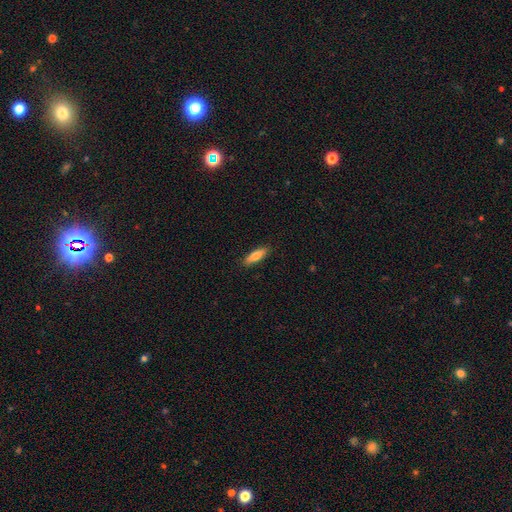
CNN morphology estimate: type=smooth (75%); roundness=cigar-shaped (54%); merging=none (89%).